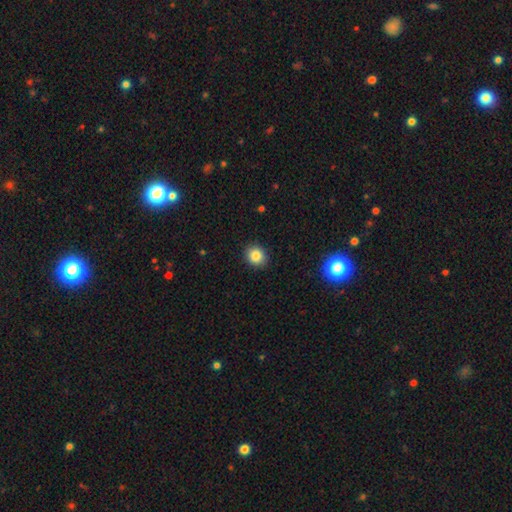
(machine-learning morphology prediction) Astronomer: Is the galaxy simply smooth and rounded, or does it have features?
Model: smooth — 84%.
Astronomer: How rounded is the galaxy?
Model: round — 74%.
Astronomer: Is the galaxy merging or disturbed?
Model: none — 90%.